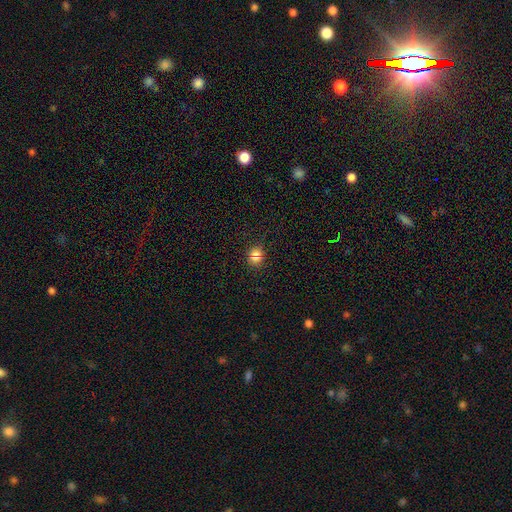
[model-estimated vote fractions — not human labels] A smooth galaxy with no disk features (73%) that is round (78%).

Vote fractions:
- Smooth or featured? smooth: 73% / star or artifact: 18% / featured or disk: 9%
- How rounded? round: 78% / in between: 21% / cigar-shaped: 1%
- Merging? none: 64% / merger: 22% / minor disturbance: 11% / major disturbance: 3%